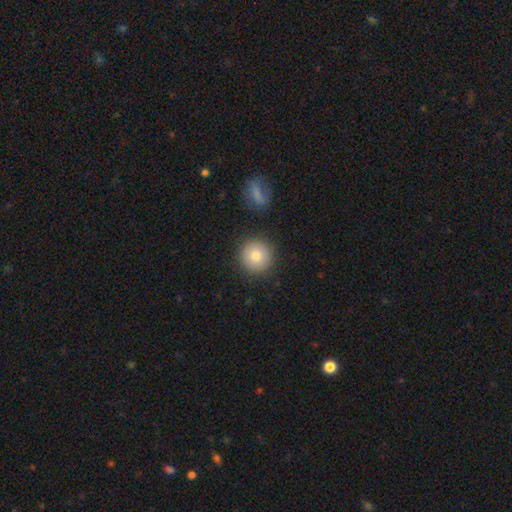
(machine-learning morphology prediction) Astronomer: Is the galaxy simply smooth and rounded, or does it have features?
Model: smooth — 81%.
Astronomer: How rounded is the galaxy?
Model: round — 94%.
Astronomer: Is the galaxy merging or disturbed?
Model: none — 88%.